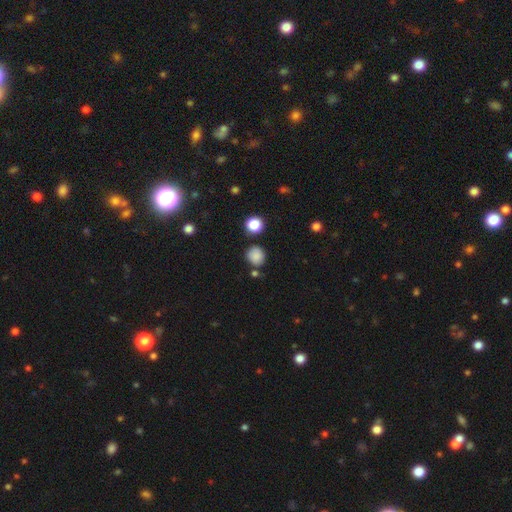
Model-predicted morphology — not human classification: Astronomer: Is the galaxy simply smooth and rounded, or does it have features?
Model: smooth — 84%.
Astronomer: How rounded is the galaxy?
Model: round — 84%.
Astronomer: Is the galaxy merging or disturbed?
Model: none — 78%.